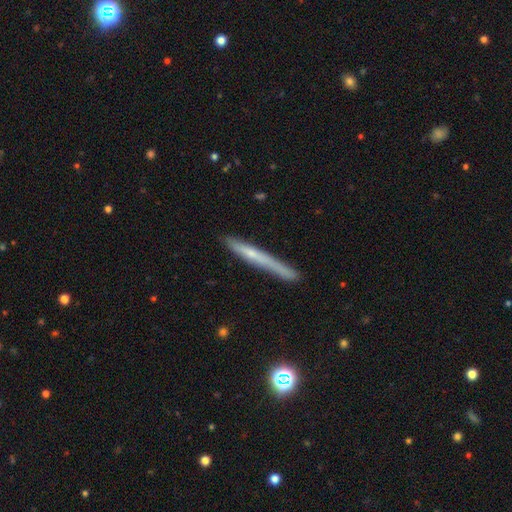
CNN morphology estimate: Smooth or featured? Predicted: featured or disk (p=0.48). Merging? Predicted: none (p=0.80).